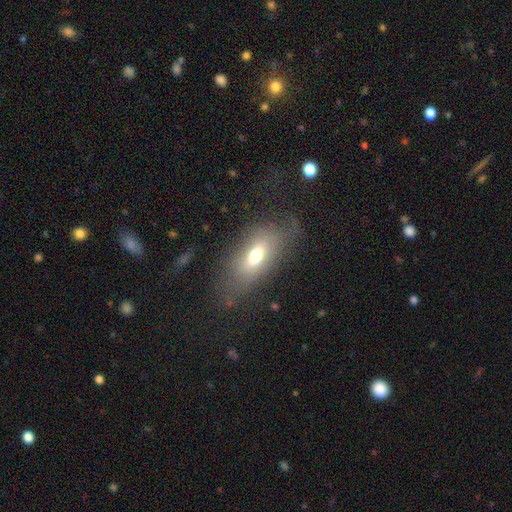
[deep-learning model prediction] This appears to be a smooth galaxy with no disk features (62%) that is in between round and cigar-shaped (81%). Merging: none (58%).